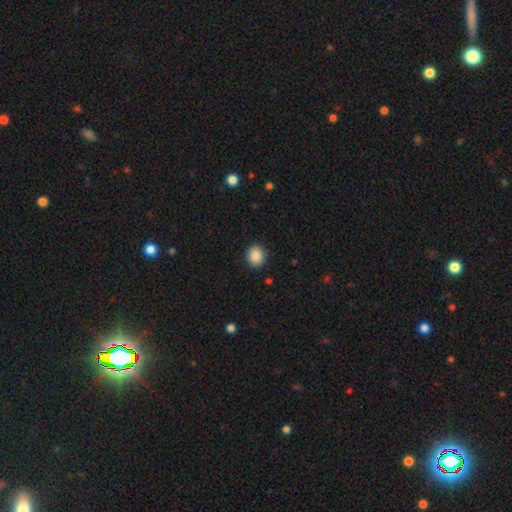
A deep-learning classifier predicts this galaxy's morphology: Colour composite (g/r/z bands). It shows a smooth galaxy with no disk features (88%) that is round (67%). Merging: none (90%).